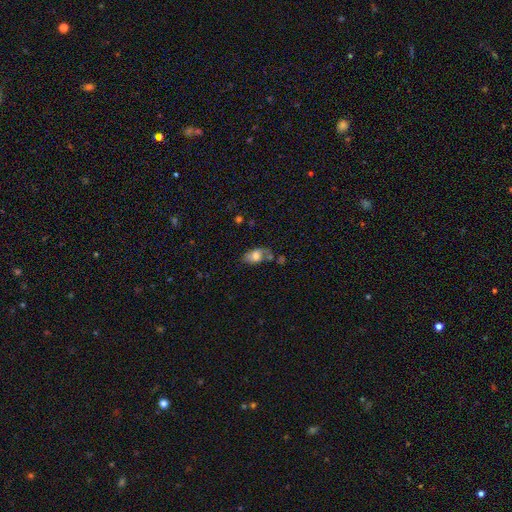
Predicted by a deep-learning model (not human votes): Smooth or featured?
  - smooth: 66% *
  - featured or disk: 25%
  - star or artifact: 8%
How rounded?
  - in between: 88% *
  - round: 9%
  - cigar-shaped: 2%
Merging?
  - none: 49% *
  - minor disturbance: 27%
  - merger: 14%
  - major disturbance: 10%